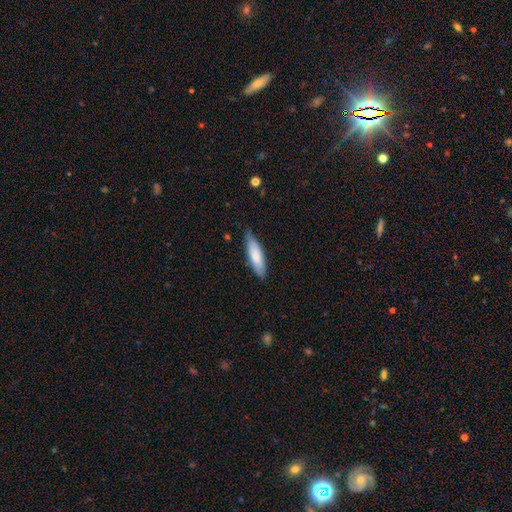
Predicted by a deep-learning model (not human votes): The model was most divided on "how rounded": cigar-shaped: 55%, in between: 43%, round: 1%. More confident: smooth or featured — smooth (79%); merging — none (76%).